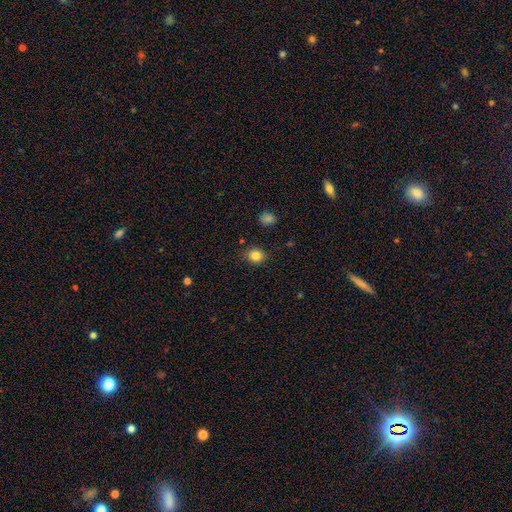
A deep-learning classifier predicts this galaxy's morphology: smooth 83%, star or artifact 11%, featured or disk 6%. Down the decision tree: how rounded — round (73%); merging — none (87%).